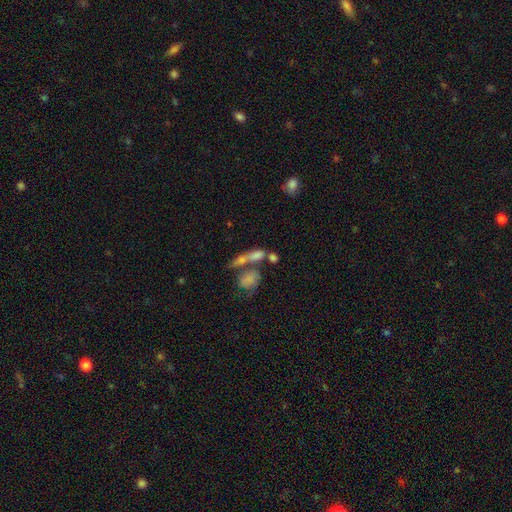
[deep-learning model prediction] Smooth or featured: smooth — 62% (featured or disk — 25%)
How rounded: in between — 61% (cigar-shaped — 24%)
Merging: merger — 51% (none — 30%)